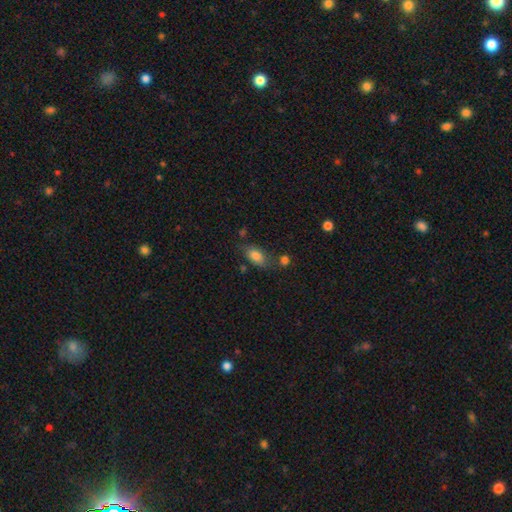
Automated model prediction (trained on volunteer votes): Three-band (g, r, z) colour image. It shows a smooth galaxy with no disk features (82%) that is in between round and cigar-shaped (87%). Merging: none (62%).